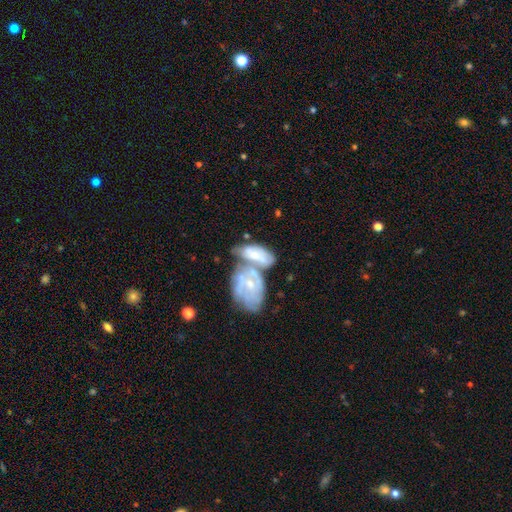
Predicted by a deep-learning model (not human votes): This appears to be a featured or disk galaxy (55%) with no bar (72%), spiral arms (55%) and a small central bulge (52%). Merging: merger (66%).